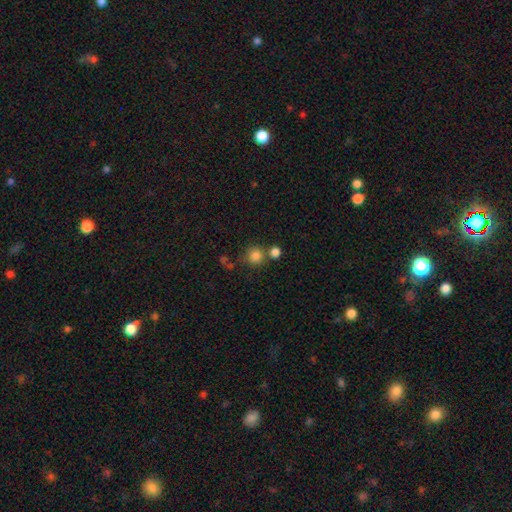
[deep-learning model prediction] Smooth or featured? Predicted: smooth (p=0.82). How rounded? Predicted: round (p=0.92). Merging? Predicted: none (p=0.66).